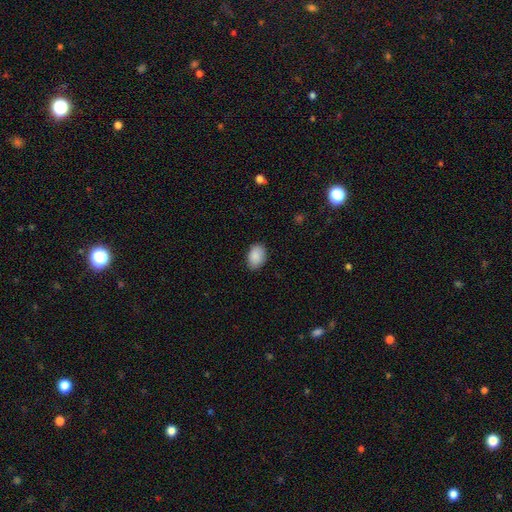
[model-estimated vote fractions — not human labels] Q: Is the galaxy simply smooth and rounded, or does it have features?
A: smooth — 89%.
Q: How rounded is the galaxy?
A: in between — 80%.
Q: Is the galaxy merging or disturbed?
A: none — 82%.